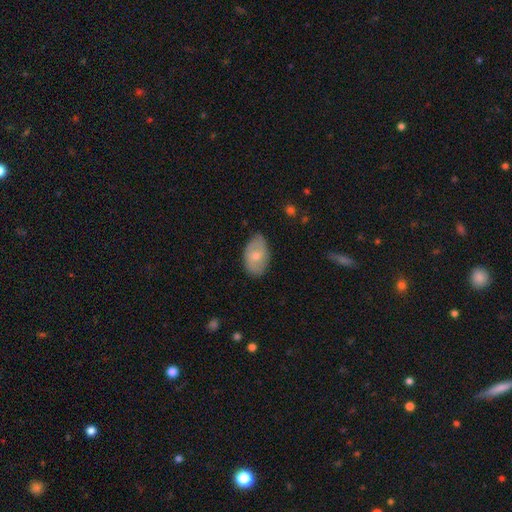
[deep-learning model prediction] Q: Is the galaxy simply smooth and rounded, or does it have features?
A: smooth — 58%.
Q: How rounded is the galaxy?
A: in between — 92%.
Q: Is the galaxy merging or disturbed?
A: none — 71%.